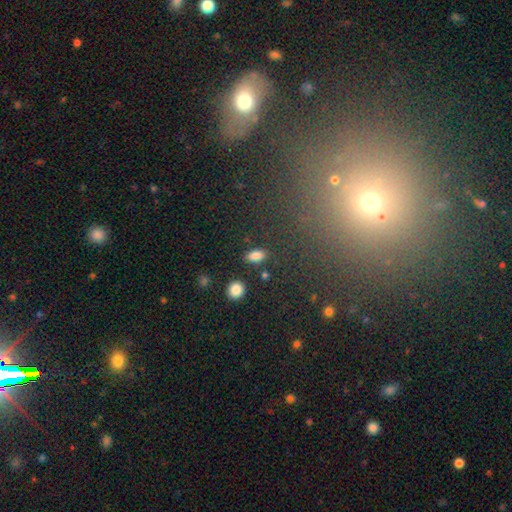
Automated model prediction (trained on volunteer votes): Overall: smooth (86%). How rounded: in between (83%). Merging: none (85%).